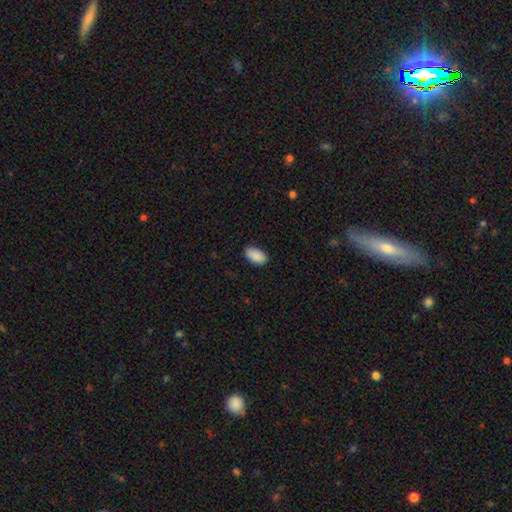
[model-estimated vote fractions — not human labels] This appears to be a smooth galaxy with no disk features (91%) that is in between round and cigar-shaped (95%). Merging: none (87%).